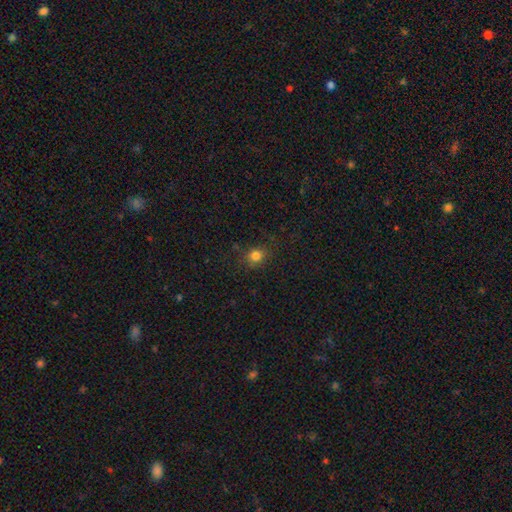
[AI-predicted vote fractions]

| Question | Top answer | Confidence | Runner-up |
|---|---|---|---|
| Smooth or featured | smooth | 80% | star or artifact (14%) |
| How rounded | round | 76% | in between (23%) |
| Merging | none | 79% | minor disturbance (14%) |